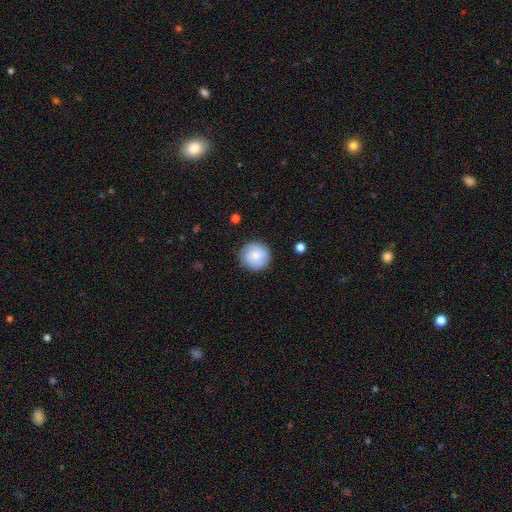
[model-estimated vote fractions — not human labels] This appears to be a smooth galaxy with no disk features (71%) that is round (94%). Merging: none (85%).